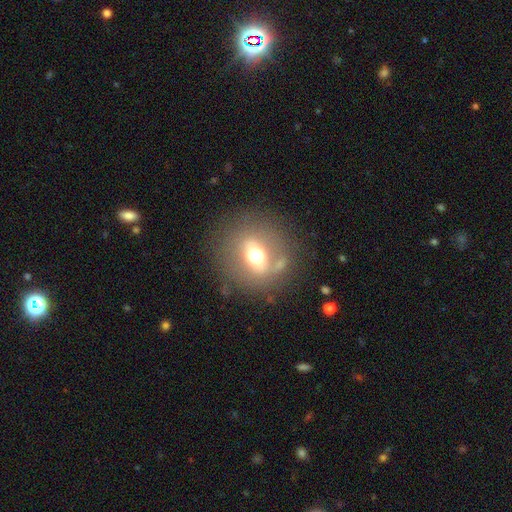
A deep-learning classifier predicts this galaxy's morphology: Smooth or featured?
  - smooth: 45% *
  - featured or disk: 43%
  - star or artifact: 12%
Merging?
  - none: 74% *
  - minor disturbance: 13%
  - major disturbance: 8%
  - merger: 5%